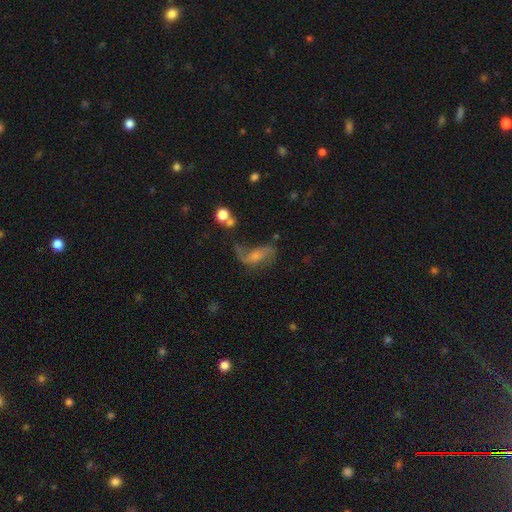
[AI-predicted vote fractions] The model was most divided on "bulge size": small: 41%, moderate: 35%, none: 16%, large: 6%, dominant: 2%. Remaining: edge-on disk — no (94%); spiral arms — yes (84%); spiral winding — loose (77%); spiral arm count — 2 (76%); smooth or featured — featured or disk (64%); bar — no (51%); merging — none (39%).